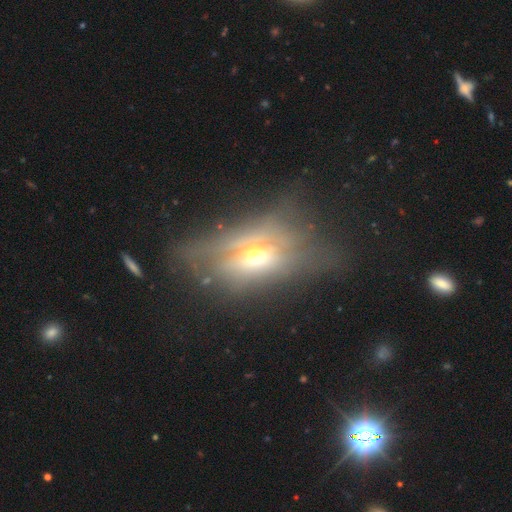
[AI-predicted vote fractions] Smooth or featured? Predicted: featured or disk (p=0.54). Edge-on disk? Predicted: no (p=0.55). Merging? Predicted: none (p=0.41).